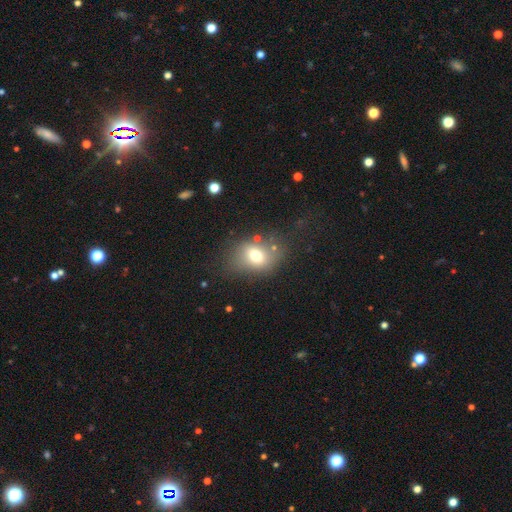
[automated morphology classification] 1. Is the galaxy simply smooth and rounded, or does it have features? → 66% smooth, 21% featured or disk, 13% star or artifact.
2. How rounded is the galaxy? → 64% in between, 34% round, 1% cigar-shaped.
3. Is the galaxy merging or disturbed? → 59% none, 21% minor disturbance, 13% major disturbance, 7% merger.